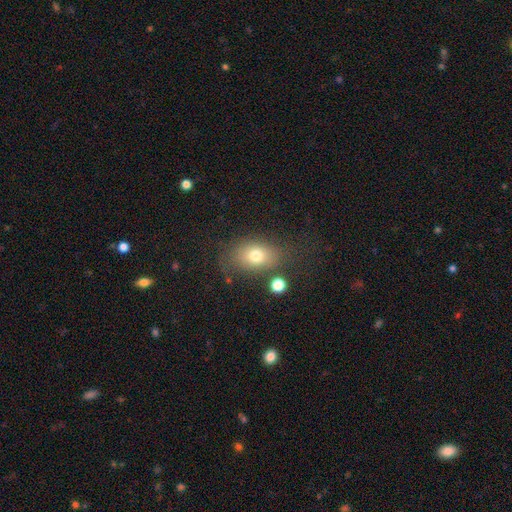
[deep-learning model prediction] Smooth or featured: smooth — 74% (featured or disk — 15%)
How rounded: in between — 76% (round — 23%)
Merging: none — 68% (minor disturbance — 18%)